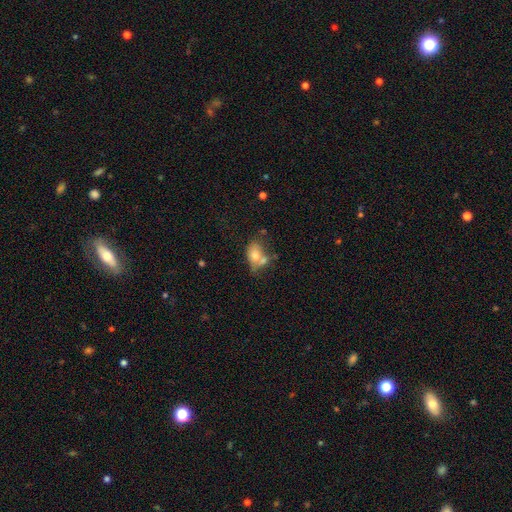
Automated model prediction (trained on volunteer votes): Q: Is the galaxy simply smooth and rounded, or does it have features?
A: smooth — 71%.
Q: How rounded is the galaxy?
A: in between — 77%.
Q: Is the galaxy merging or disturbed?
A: merger — 43%.